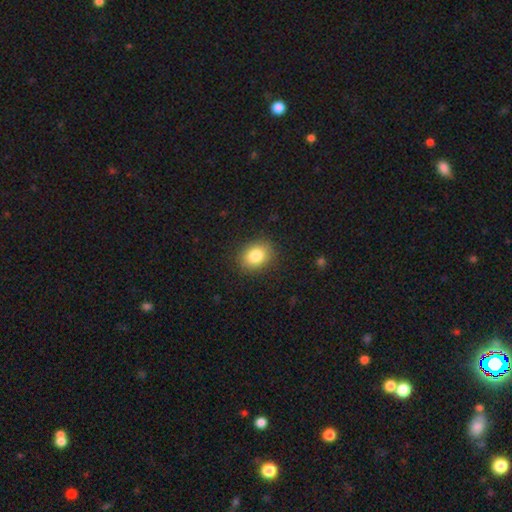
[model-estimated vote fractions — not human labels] smooth 84%, star or artifact 9%, featured or disk 7%. Down the decision tree: how rounded — in between (54%); merging — none (88%).